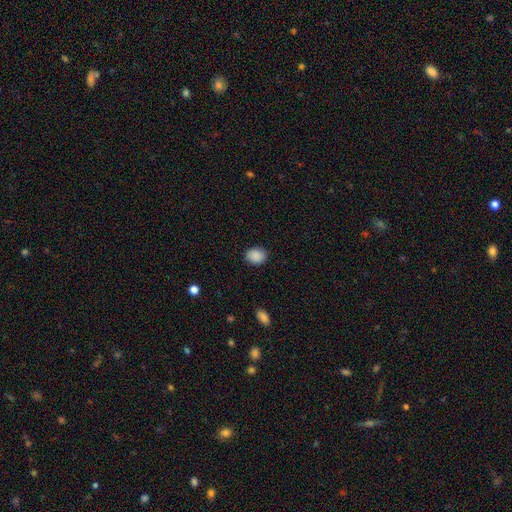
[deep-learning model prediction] Smooth or featured: smooth — 89% (star or artifact — 8%)
How rounded: round — 54% (in between — 46%)
Merging: none — 87% (minor disturbance — 9%)